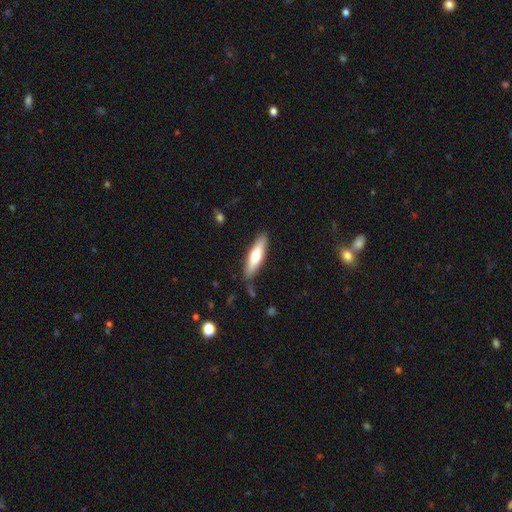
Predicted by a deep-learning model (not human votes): Morphology: type=smooth (60%); roundness=cigar-shaped (70%); merging=none (83%).